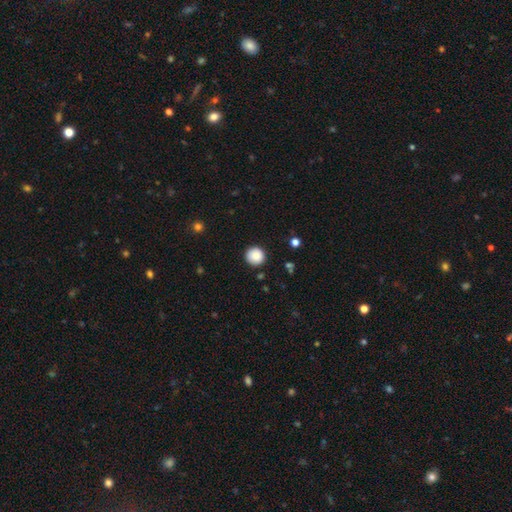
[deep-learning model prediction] The model was most divided on "smooth or featured": smooth: 87%, star or artifact: 9%, featured or disk: 4%. More confident: how rounded — round (96%); merging — none (91%).